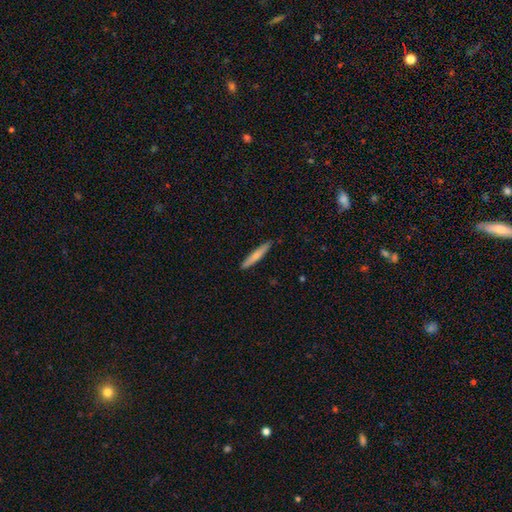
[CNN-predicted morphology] This appears to be a smooth galaxy with no disk features (69%) that is cigar-shaped (93%). Merging: none (88%).